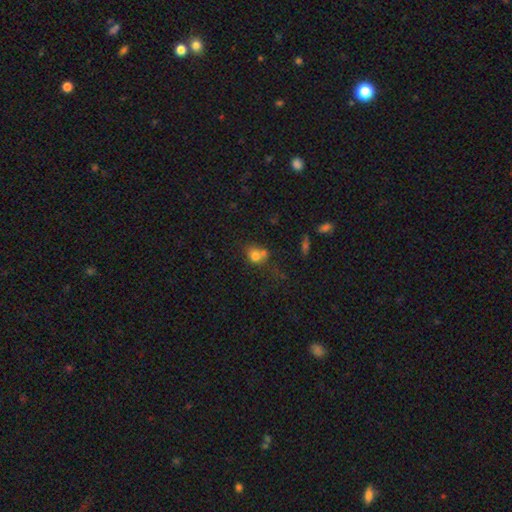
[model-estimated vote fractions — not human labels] smooth-or-featured: smooth: 75% | featured or disk: 13% | star or artifact: 12%
  how-rounded: round: 65% | in between: 34% | cigar-shaped: 1%
  merging: none: 43% | merger: 37% | minor disturbance: 14% | major disturbance: 6%